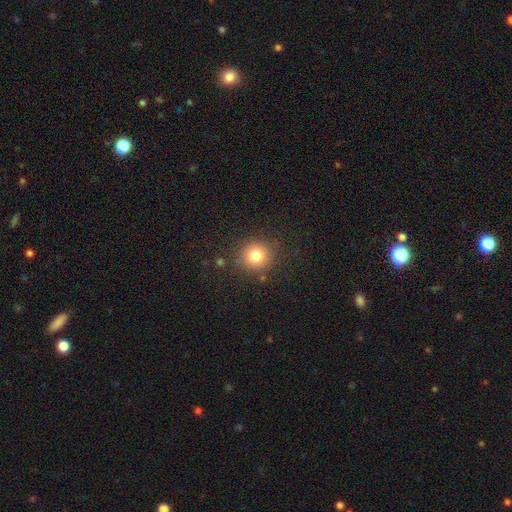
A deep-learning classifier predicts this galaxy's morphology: Smooth or featured? smooth (80%)
How rounded? round (92%)
Merging? none (86%)